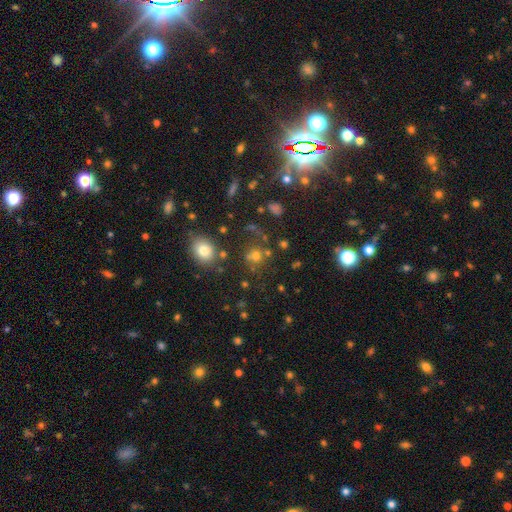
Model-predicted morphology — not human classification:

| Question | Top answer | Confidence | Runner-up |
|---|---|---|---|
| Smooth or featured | smooth | 62% | star or artifact (27%) |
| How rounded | round | 84% | in between (15%) |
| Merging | none | 64% | merger (20%) |